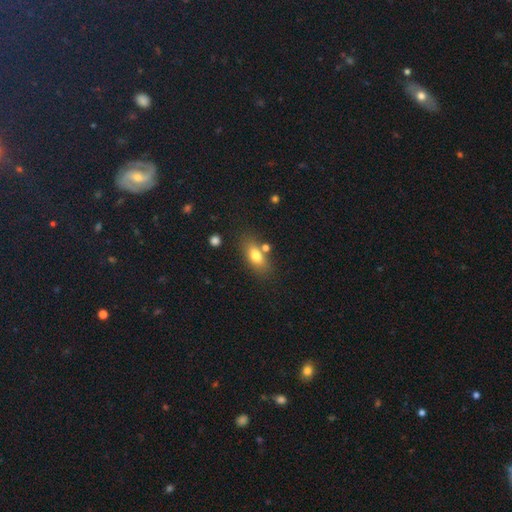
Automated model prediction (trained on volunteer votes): smooth-or-featured: smooth: 75% | featured or disk: 16% | star or artifact: 9%
  how-rounded: in between: 81% | cigar-shaped: 11% | round: 8%
  merging: none: 71% | minor disturbance: 13% | merger: 11% | major disturbance: 4%